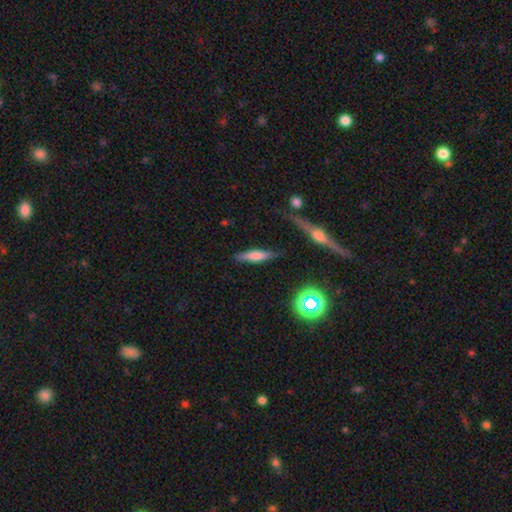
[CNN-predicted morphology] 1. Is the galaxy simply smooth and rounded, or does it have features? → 61% smooth, 30% featured or disk, 9% star or artifact.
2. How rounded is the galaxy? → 81% cigar-shaped, 17% in between, 2% round.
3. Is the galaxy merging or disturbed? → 79% none, 14% minor disturbance, 4% major disturbance, 3% merger.